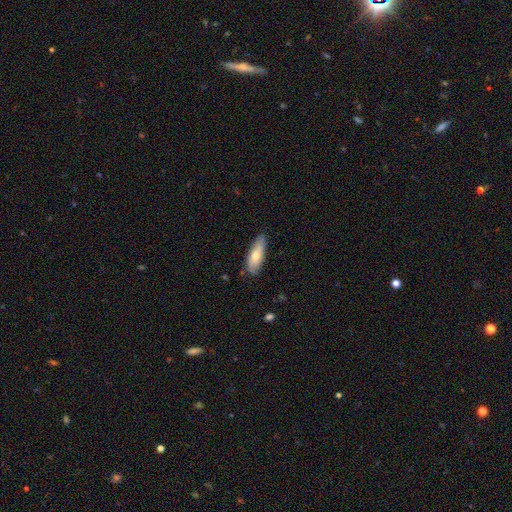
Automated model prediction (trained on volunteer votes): Smooth or featured?
  - smooth: 70% *
  - featured or disk: 24%
  - star or artifact: 6%
How rounded?
  - in between: 57% *
  - cigar-shaped: 41%
  - round: 2%
Merging?
  - none: 79% *
  - minor disturbance: 17%
  - major disturbance: 2%
  - merger: 1%